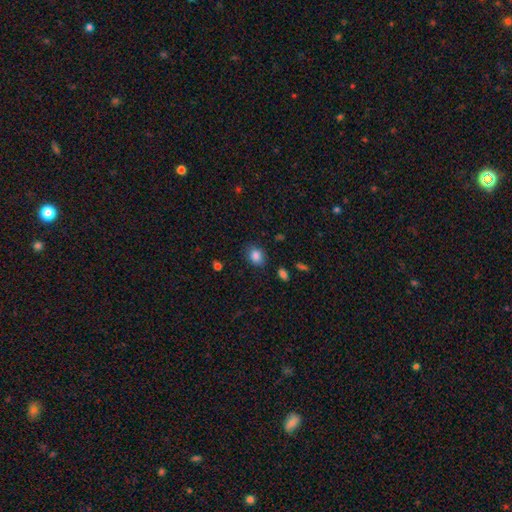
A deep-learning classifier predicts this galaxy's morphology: smooth 85%, star or artifact 10%, featured or disk 5%. Down the decision tree: how rounded — in between (52%); merging — none (78%).